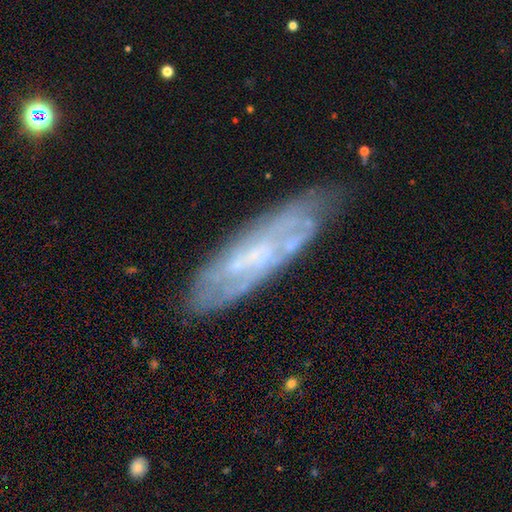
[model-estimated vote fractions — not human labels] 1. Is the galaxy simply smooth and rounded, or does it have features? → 66% featured or disk, 26% smooth, 8% star or artifact.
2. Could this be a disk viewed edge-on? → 69% no, 31% yes.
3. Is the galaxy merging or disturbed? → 73% none, 19% minor disturbance, 6% major disturbance, 3% merger.